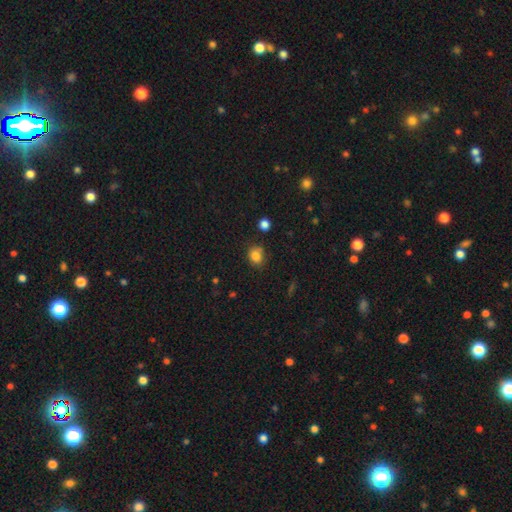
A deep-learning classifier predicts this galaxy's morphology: A smooth galaxy with no disk features (82%) that is round (65%). Merging: none (74%).